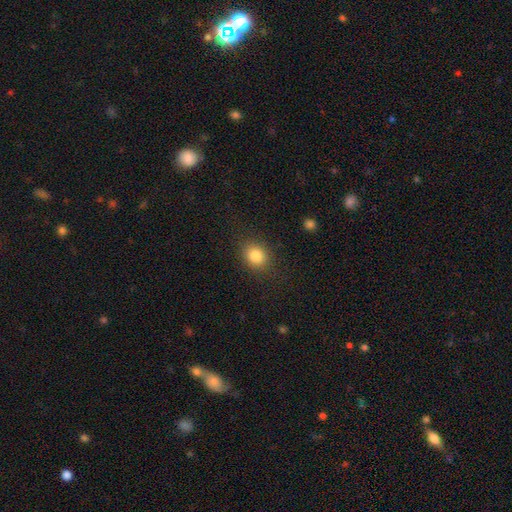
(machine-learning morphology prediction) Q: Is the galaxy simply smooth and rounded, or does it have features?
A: smooth — 83%.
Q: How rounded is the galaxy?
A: round — 64%.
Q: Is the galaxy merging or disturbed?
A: none — 86%.